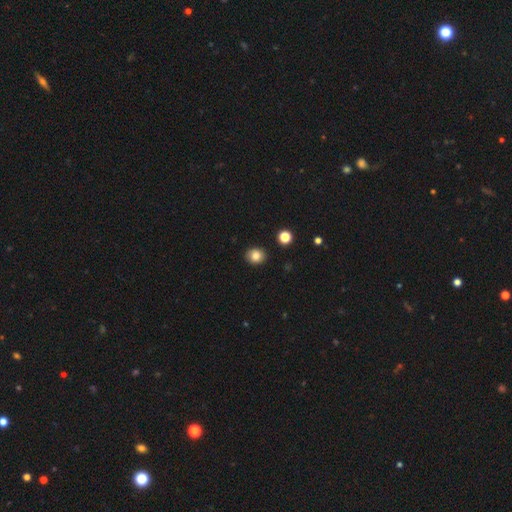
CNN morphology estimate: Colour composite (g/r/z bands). It shows a smooth galaxy with no disk features (83%) that is round (72%). Merging: none (90%).